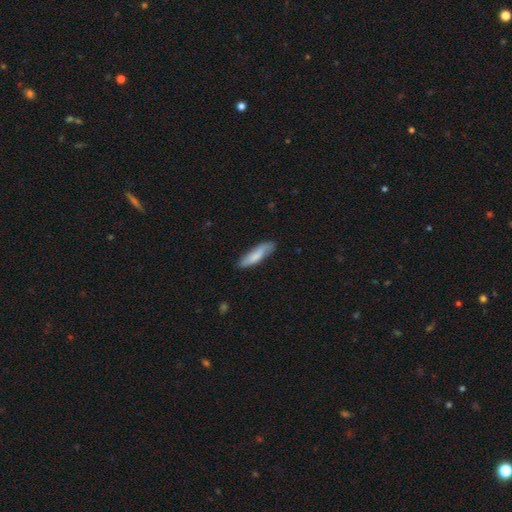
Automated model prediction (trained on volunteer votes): This appears to be a smooth galaxy with no disk features (77%) that is cigar-shaped (72%). Merging: none (77%).